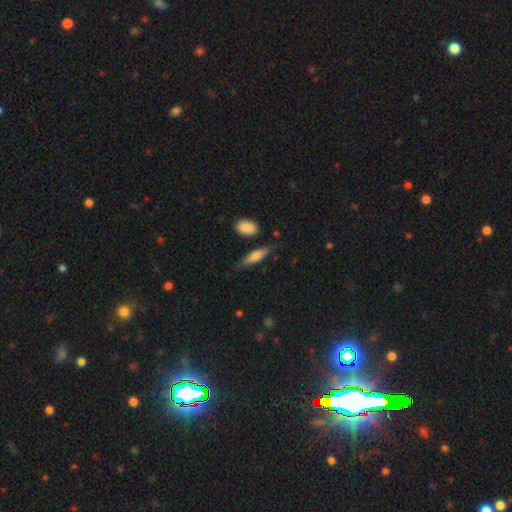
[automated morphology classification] This appears to be a smooth galaxy with no disk features (63%) that is cigar-shaped (64%). Merging: none (75%).